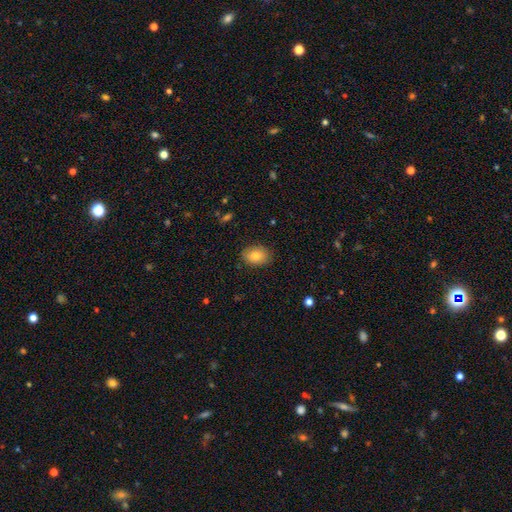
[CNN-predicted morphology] Overall: smooth (82%). How rounded: in between (70%). Merging: none (85%).